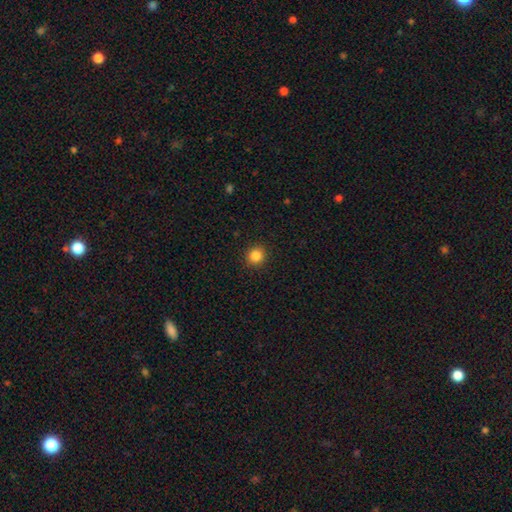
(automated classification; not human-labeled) Smooth or featured?
  - smooth: 85% *
  - star or artifact: 11%
  - featured or disk: 4%
How rounded?
  - round: 91% *
  - in between: 8%
  - cigar-shaped: 1%
Merging?
  - none: 92% *
  - minor disturbance: 5%
  - major disturbance: 2%
  - merger: 1%